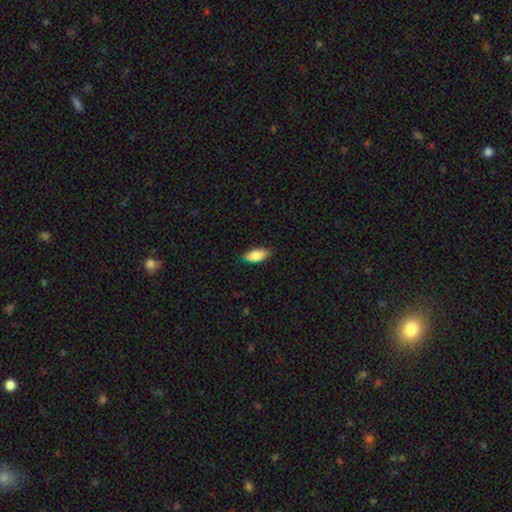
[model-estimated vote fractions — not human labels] Smooth or featured? Predicted: smooth (p=0.83). How rounded? Predicted: in between (p=0.89). Merging? Predicted: none (p=0.79).